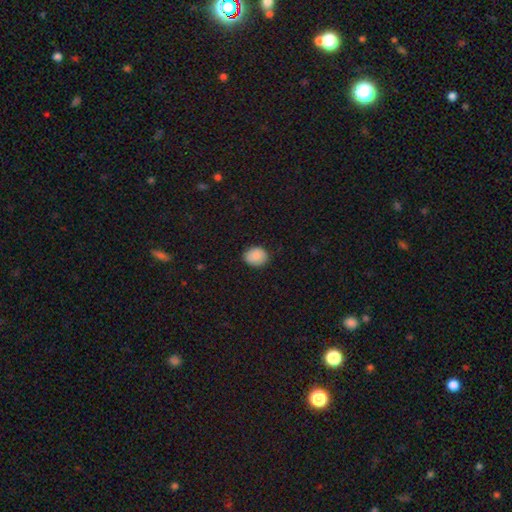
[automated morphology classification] This appears to be a smooth galaxy with no disk features (89%) that is round (50%). Merging: none (84%).